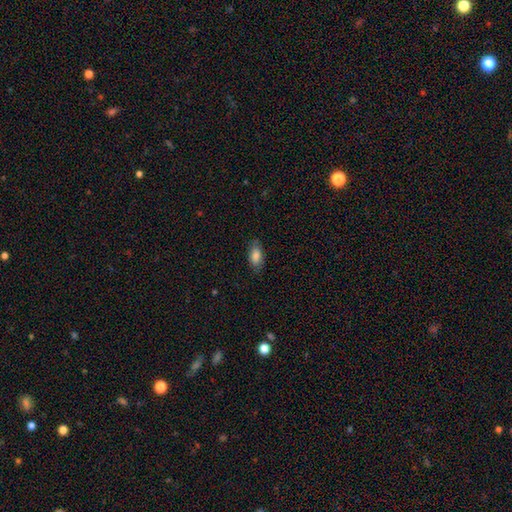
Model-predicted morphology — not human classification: smooth-or-featured: smooth: 84% | featured or disk: 10% | star or artifact: 7%
  how-rounded: in between: 88% | cigar-shaped: 9% | round: 3%
  merging: none: 80% | minor disturbance: 15% | major disturbance: 4% | merger: 1%